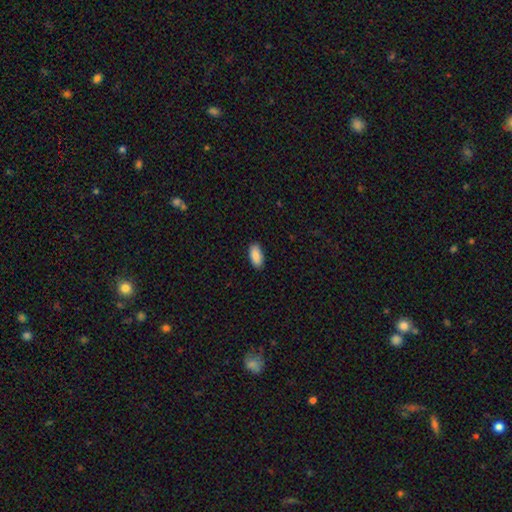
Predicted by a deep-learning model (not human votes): smooth 89%, star or artifact 6%, featured or disk 5%. Down the decision tree: how rounded — in between (90%); merging — none (89%).